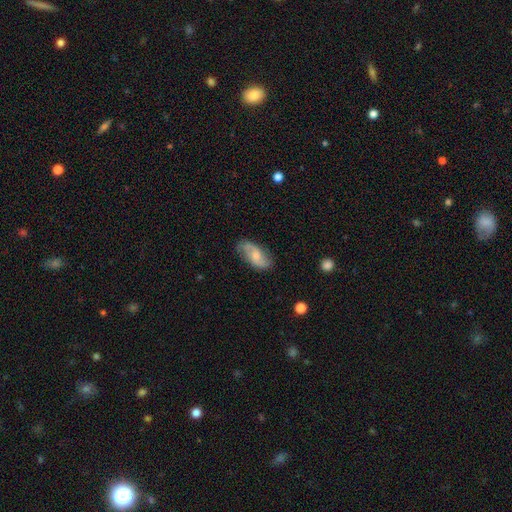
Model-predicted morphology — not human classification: This appears to be a featured or disk galaxy (60%) with no bar (59%), spiral arms (86%) and a moderate central bulge (49%). Merging: none (77%).